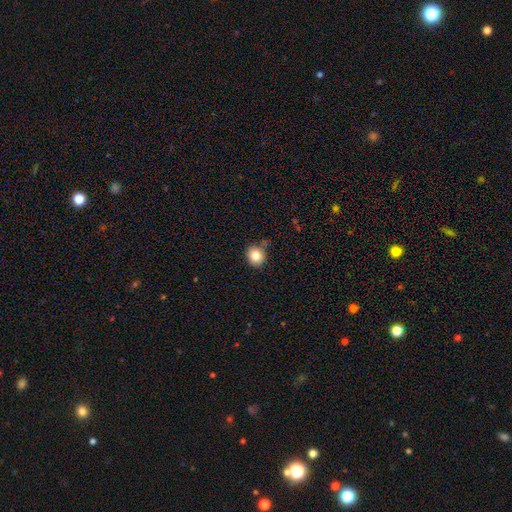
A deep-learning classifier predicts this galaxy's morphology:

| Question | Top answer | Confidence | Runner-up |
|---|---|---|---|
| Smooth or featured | smooth | 83% | star or artifact (10%) |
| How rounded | round | 82% | in between (17%) |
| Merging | none | 76% | minor disturbance (16%) |